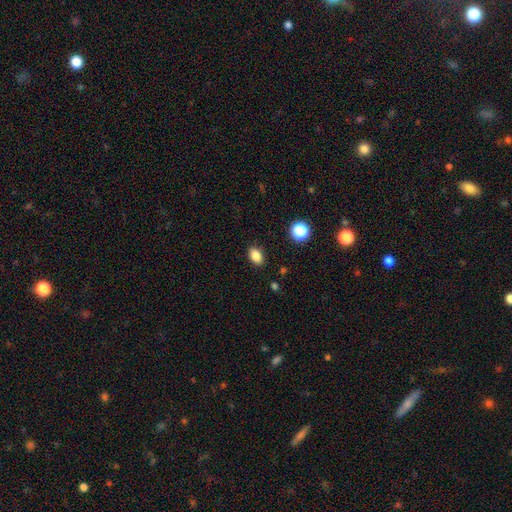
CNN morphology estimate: The model was most divided on "how rounded": in between: 81%, round: 17%, cigar-shaped: 1%. More confident: merging — none (88%); smooth or featured — smooth (85%).